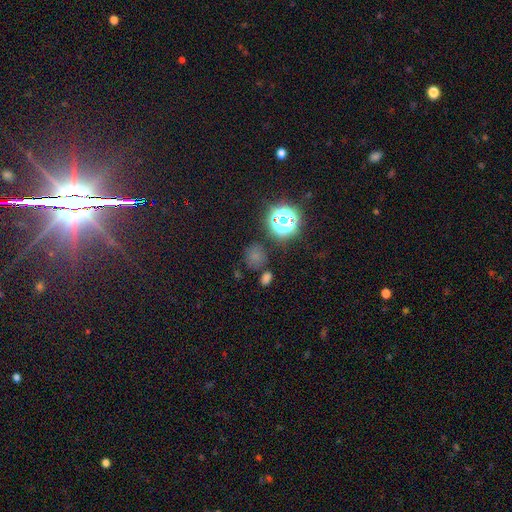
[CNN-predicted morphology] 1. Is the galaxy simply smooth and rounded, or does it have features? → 62% smooth, 31% star or artifact, 7% featured or disk.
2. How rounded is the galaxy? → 84% round, 15% in between, 1% cigar-shaped.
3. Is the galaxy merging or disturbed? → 74% none, 13% minor disturbance, 8% merger, 5% major disturbance.